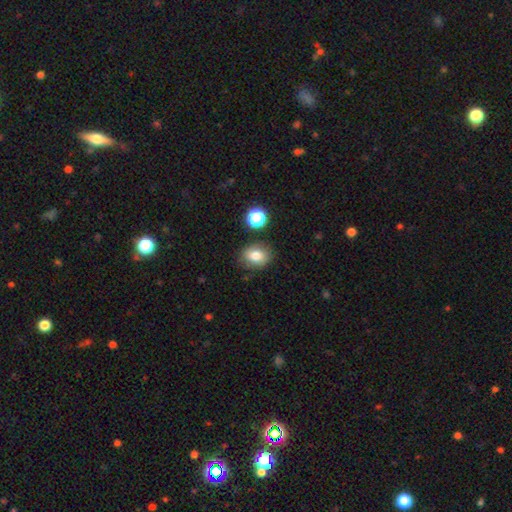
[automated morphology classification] Smooth or featured: smooth — 80% (star or artifact — 11%)
How rounded: in between — 53% (round — 46%)
Merging: none — 81% (minor disturbance — 12%)